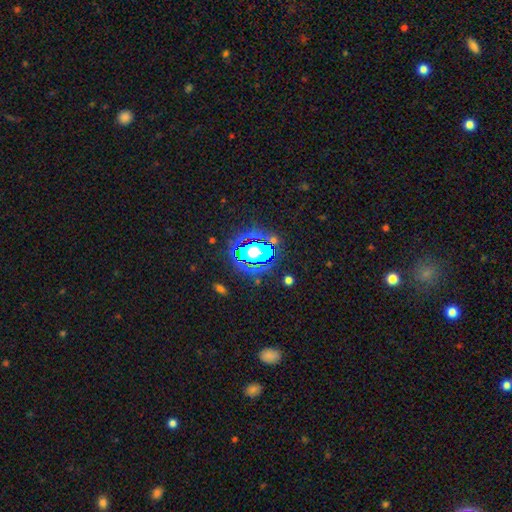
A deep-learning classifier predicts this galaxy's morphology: Smooth or featured?
  - star or artifact: 52% *
  - smooth: 31%
  - featured or disk: 17%